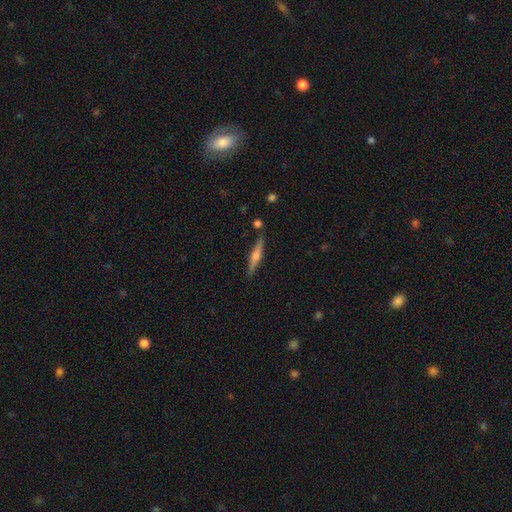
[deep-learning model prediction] Q: Smooth or featured?
A: featured or disk (69%); runner-up: smooth (24%)
Q: Edge-on disk?
A: yes (98%); runner-up: no (2%)
Q: Edge-on bulge?
A: rounded (88%); runner-up: boxy (7%)
Q: Merging?
A: none (88%); runner-up: minor disturbance (8%)